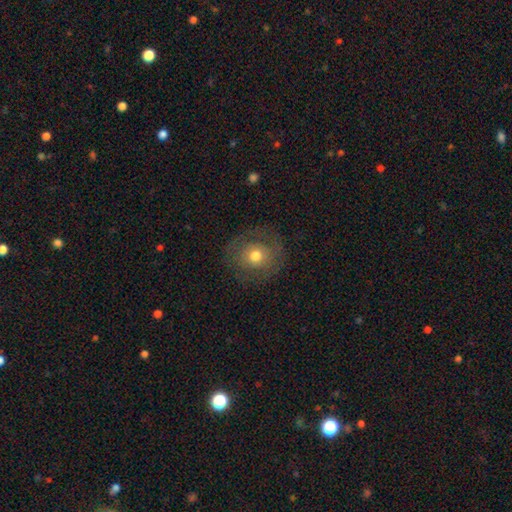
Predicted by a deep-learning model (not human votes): The model was most divided on "smooth or featured": smooth: 61%, featured or disk: 29%, star or artifact: 10%. More confident: how rounded — round (84%); merging — none (79%).